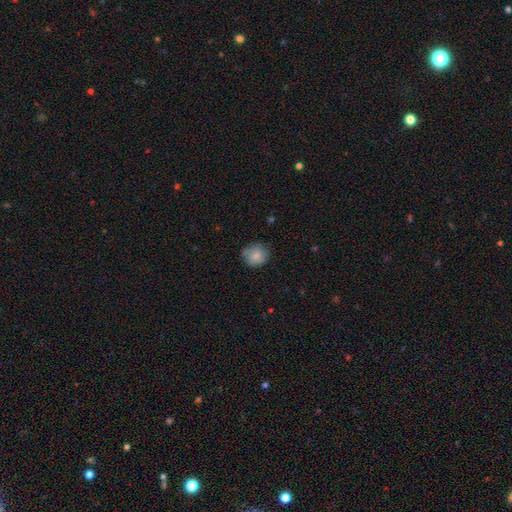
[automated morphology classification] Smooth or featured: smooth — 82% (featured or disk — 10%)
How rounded: round — 84% (in between — 15%)
Merging: none — 72% (minor disturbance — 22%)